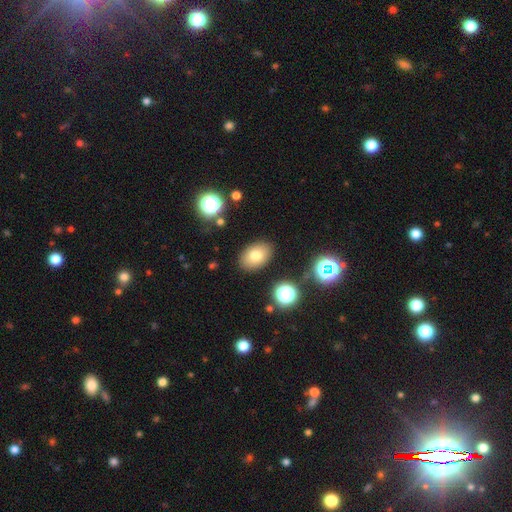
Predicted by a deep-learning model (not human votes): Q: Smooth or featured?
A: smooth (77%); runner-up: featured or disk (12%)
Q: How rounded?
A: in between (83%); runner-up: round (16%)
Q: Merging?
A: none (86%); runner-up: minor disturbance (9%)